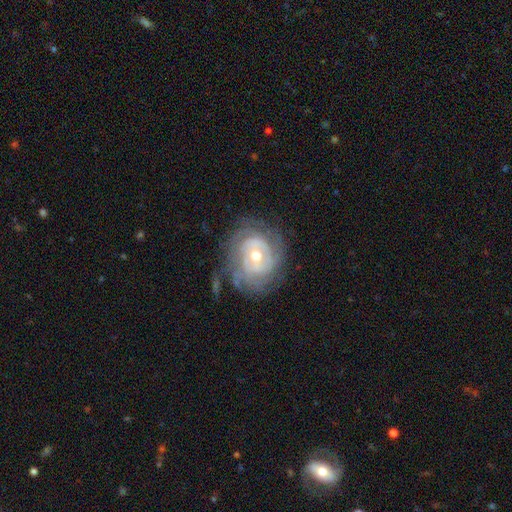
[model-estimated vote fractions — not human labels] A featured or disk galaxy (81%) with no bar (61%), tight (72%) spiral arms (85%) and a moderate central bulge (63%). Merging: none (66%).